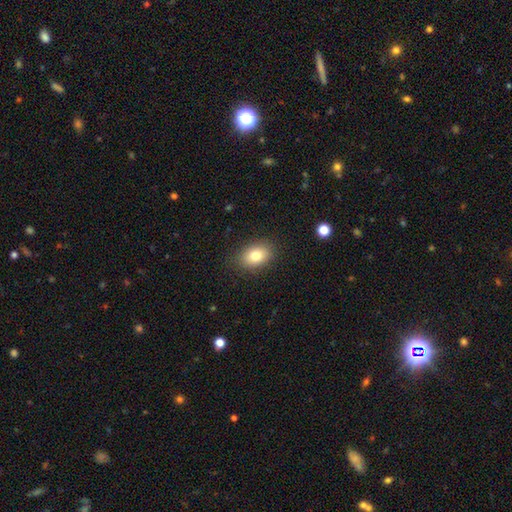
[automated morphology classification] smooth 81%, featured or disk 10%, star or artifact 9%. Down the decision tree: how rounded — in between (80%); merging — none (86%).